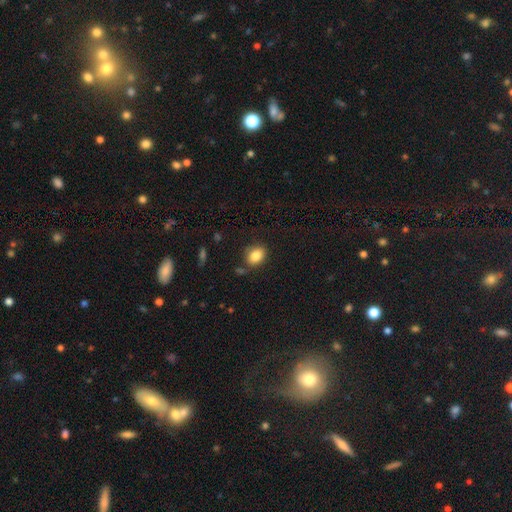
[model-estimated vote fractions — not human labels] Q: Smooth or featured?
A: smooth (85%); runner-up: star or artifact (9%)
Q: How rounded?
A: in between (59%); runner-up: round (40%)
Q: Merging?
A: none (76%); runner-up: minor disturbance (15%)